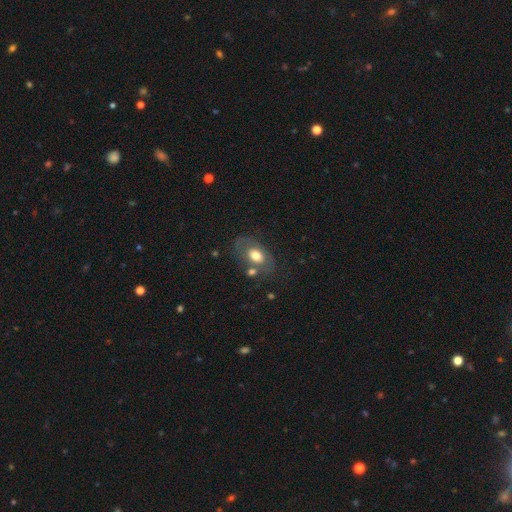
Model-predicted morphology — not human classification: smooth_or_featured: smooth (p=0.60) [alt: featured or disk p=0.32]
how_rounded: in between (p=0.83) [alt: round p=0.15]
merging: none (p=0.58) [alt: minor disturbance p=0.19]